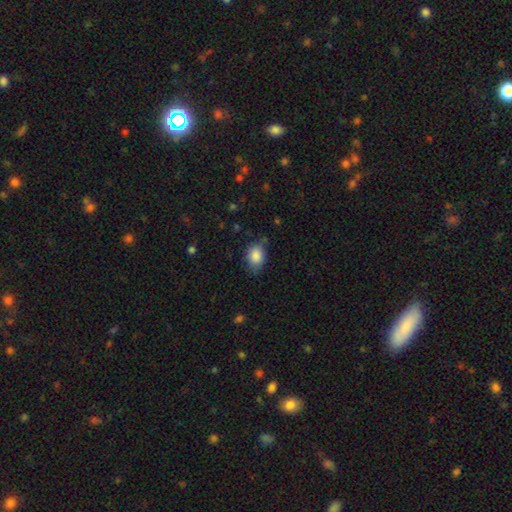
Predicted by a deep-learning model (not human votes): Smooth or featured? smooth (87%)
How rounded? in between (71%)
Merging? none (71%)